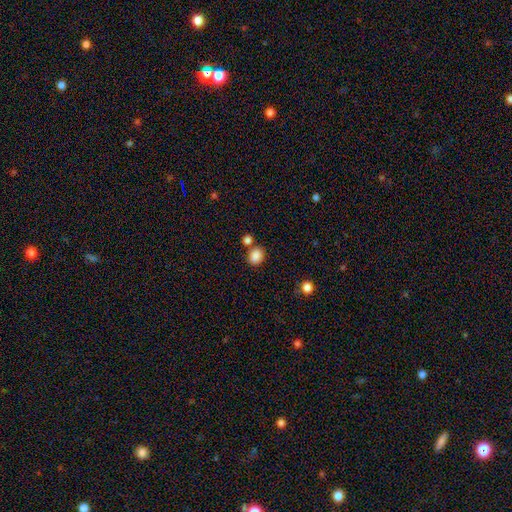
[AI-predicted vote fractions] The model was most divided on "how rounded": round: 51%, in between: 48%, cigar-shaped: 1%. More confident: smooth or featured — smooth (86%); merging — none (73%).